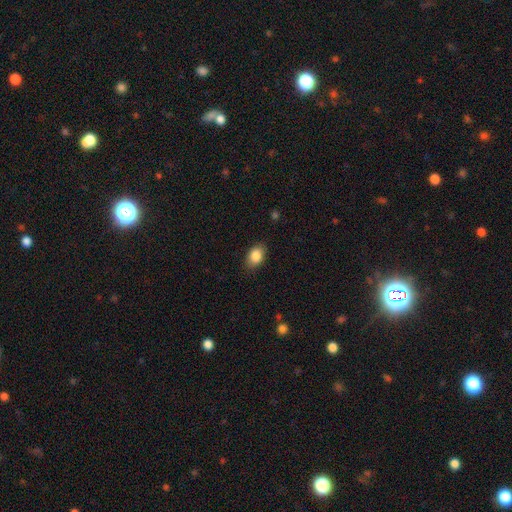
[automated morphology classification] A smooth galaxy with no disk features (87%) that is in between round and cigar-shaped (85%). Merging: none (85%).